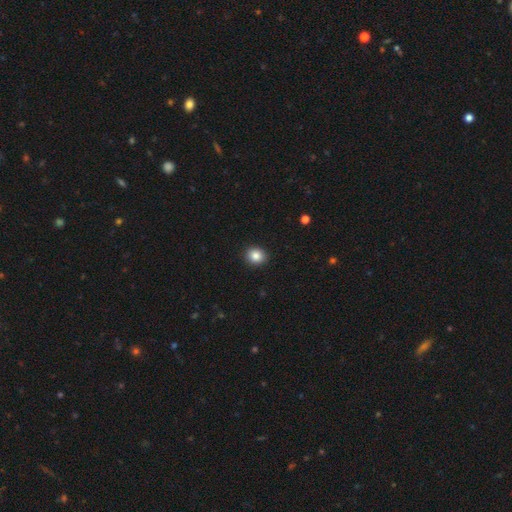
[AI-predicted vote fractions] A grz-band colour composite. It shows a smooth galaxy with no disk features (85%) that is round (75%). Merging: none (91%).